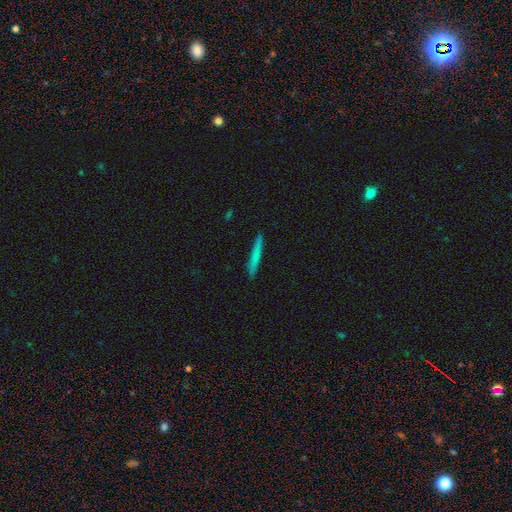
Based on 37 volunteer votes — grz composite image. It shows a smooth galaxy with no disk features (49%) that is cigar-shaped (94%). Merging: none (80%).